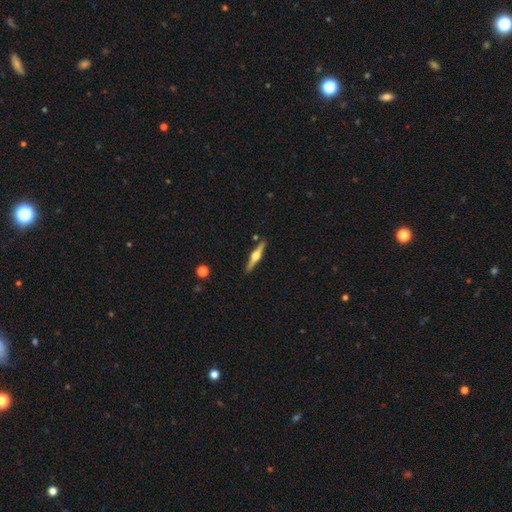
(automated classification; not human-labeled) Smooth or featured?
  - featured or disk: 72% *
  - smooth: 22%
  - star or artifact: 5%
Edge-on disk?
  - yes: 98% *
  - no: 2%
Edge-on bulge?
  - rounded: 95% *
  - boxy: 3%
  - none: 2%
Merging?
  - none: 89% *
  - minor disturbance: 7%
  - merger: 2%
  - major disturbance: 2%